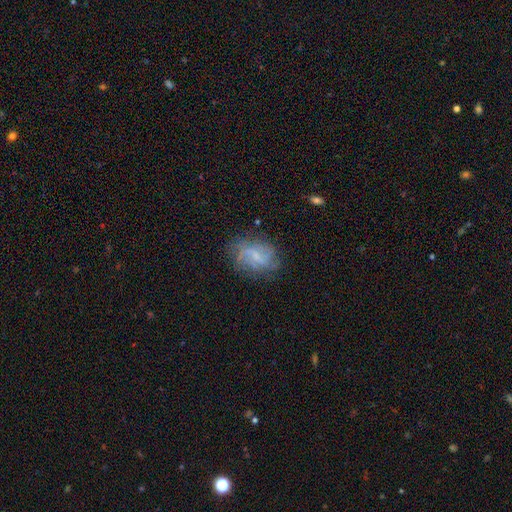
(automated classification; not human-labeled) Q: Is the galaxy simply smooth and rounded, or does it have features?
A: featured or disk — 67%.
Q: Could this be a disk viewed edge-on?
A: no — 97%.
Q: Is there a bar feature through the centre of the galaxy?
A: weak — 55%.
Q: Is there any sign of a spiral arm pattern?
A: yes — 84%.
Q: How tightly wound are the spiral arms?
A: medium — 40%.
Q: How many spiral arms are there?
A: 2 — 37%.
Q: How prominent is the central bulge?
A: small — 55%.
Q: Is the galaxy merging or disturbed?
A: none — 68%.